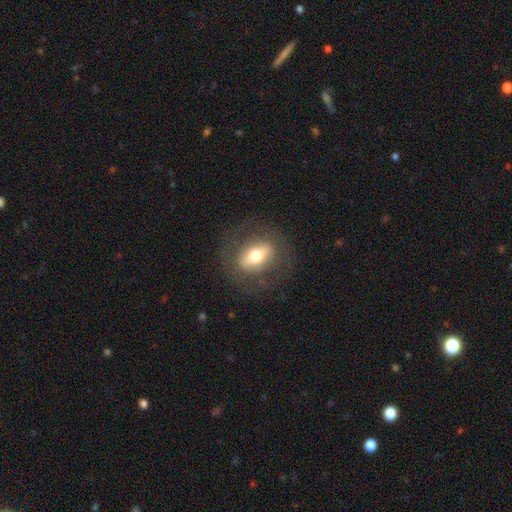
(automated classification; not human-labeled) smooth 49%, featured or disk 43%, star or artifact 9%. Down the decision tree: merging — none (80%).